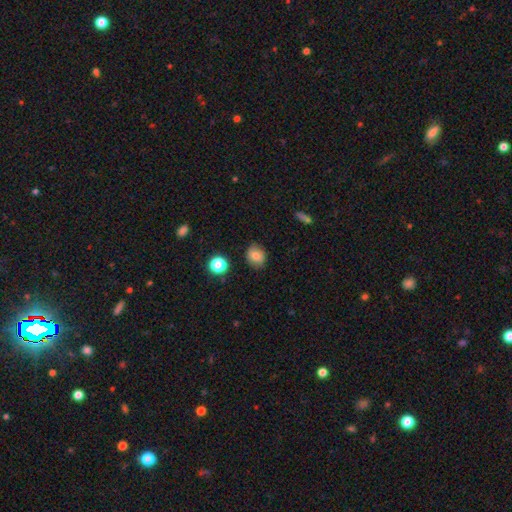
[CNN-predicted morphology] This is likely a smooth galaxy (79%). How rounded: possibly round (59%). Merging: clearly none (84%).